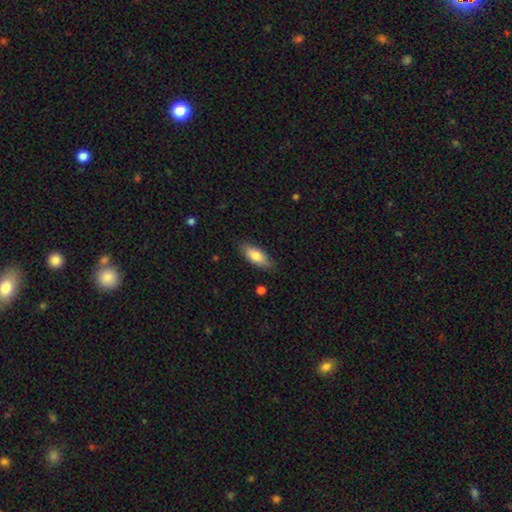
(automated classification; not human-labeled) Overall: smooth (78%). How rounded: in between (77%). Merging: none (82%).